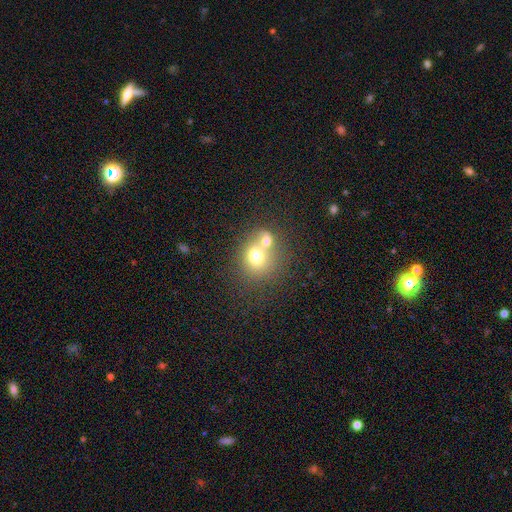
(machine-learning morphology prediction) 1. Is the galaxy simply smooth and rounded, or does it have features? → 69% smooth, 20% featured or disk, 11% star or artifact.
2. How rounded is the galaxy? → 71% round, 28% in between, 1% cigar-shaped.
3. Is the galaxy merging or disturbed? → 62% merger, 27% none, 7% minor disturbance, 4% major disturbance.